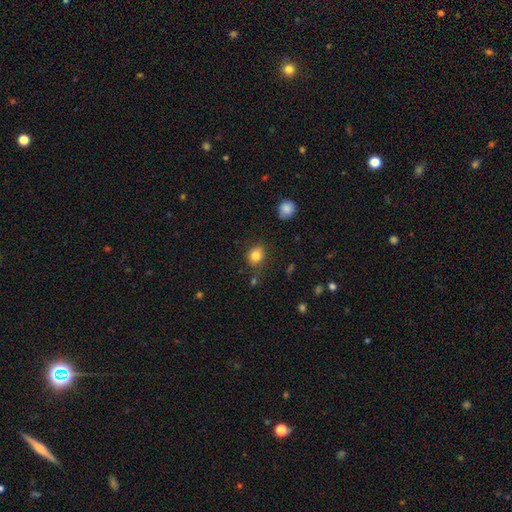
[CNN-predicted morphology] smooth 82%, star or artifact 11%, featured or disk 7%. Down the decision tree: how rounded — round (62%); merging — none (78%).